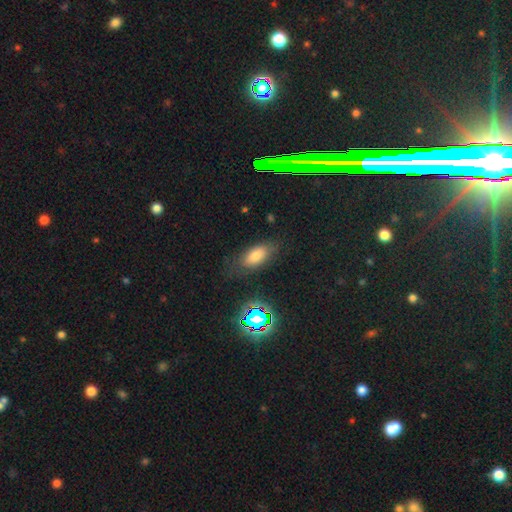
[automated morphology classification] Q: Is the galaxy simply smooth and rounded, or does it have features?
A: smooth — 70%.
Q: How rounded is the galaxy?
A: in between — 86%.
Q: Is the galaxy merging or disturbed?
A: none — 77%.